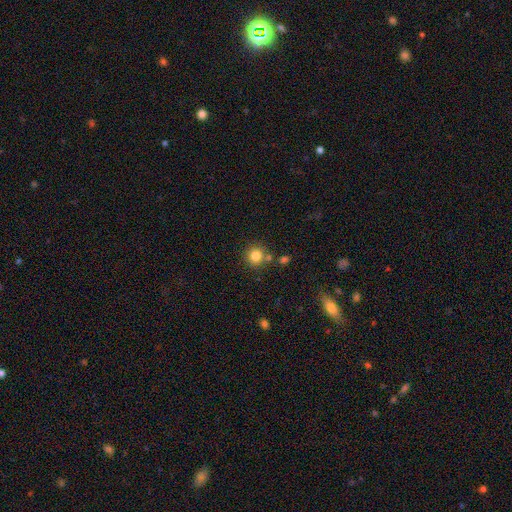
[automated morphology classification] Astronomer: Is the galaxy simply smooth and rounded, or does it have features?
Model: smooth — 83%.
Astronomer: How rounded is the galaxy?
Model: round — 92%.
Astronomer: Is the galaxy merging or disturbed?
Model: none — 77%.